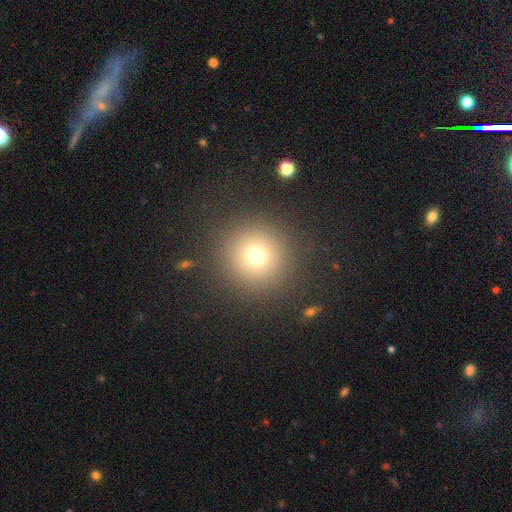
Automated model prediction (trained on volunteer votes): smooth-or-featured: smooth: 73% | star or artifact: 17% | featured or disk: 10%
  how-rounded: round: 95% | in between: 4% | cigar-shaped: 1%
  merging: none: 89% | minor disturbance: 6% | major disturbance: 4% | merger: 2%